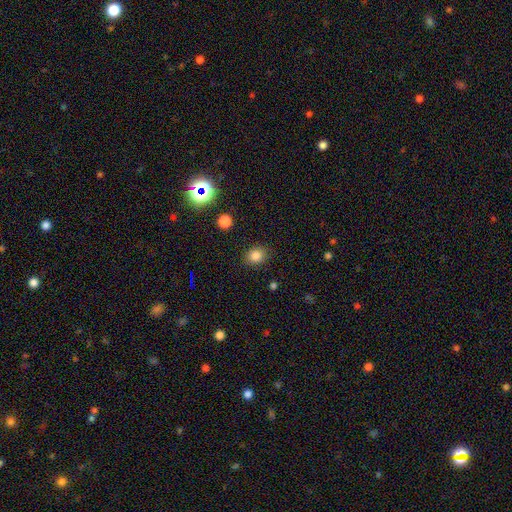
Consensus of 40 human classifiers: smooth 78%, star or artifact 12%, featured or disk 10%. Down the decision tree: how rounded — round (58%); merging — none (80%).